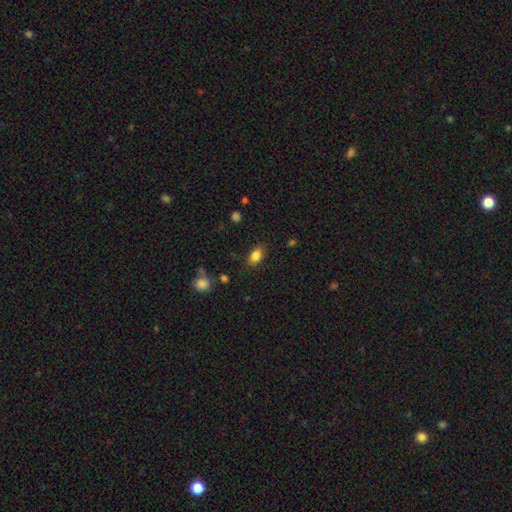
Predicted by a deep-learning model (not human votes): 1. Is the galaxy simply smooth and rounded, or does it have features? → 84% smooth, 9% star or artifact, 7% featured or disk.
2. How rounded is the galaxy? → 88% in between, 8% round, 4% cigar-shaped.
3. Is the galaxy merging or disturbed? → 83% none, 12% minor disturbance, 3% major disturbance, 1% merger.